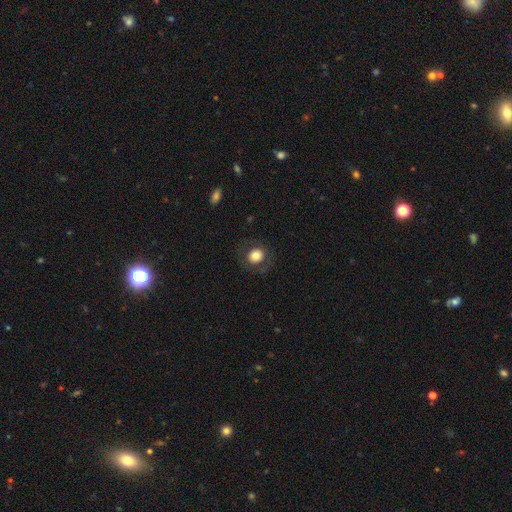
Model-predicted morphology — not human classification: Smooth or featured: smooth — 77% (featured or disk — 14%)
How rounded: round — 74% (in between — 25%)
Merging: none — 83% (minor disturbance — 10%)